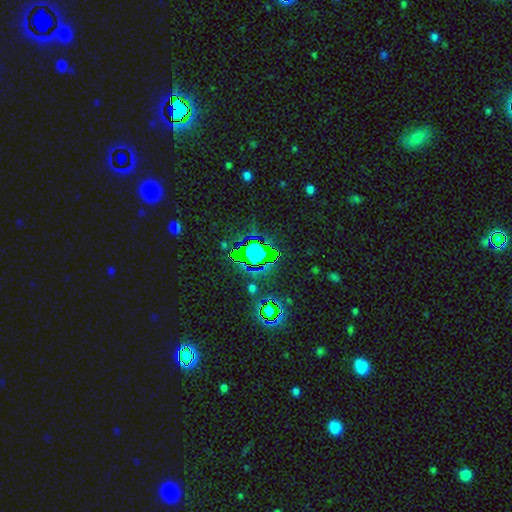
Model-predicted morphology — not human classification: A star or artifact, not a galaxy (74%).